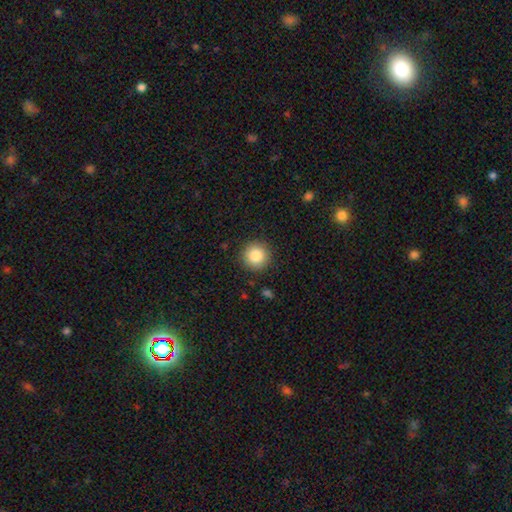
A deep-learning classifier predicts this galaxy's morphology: Smooth or featured? Predicted: smooth (p=0.85). How rounded? Predicted: round (p=0.95). Merging? Predicted: none (p=0.91).